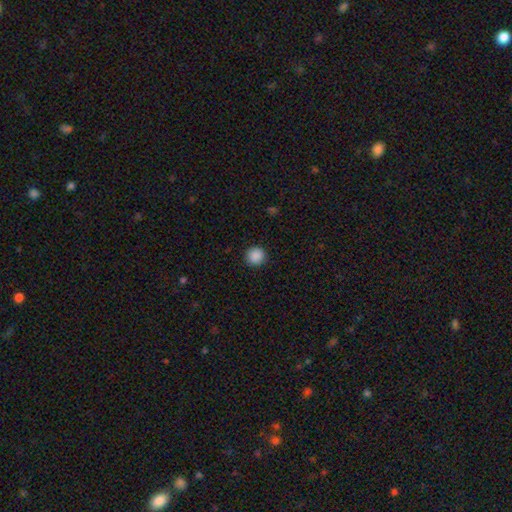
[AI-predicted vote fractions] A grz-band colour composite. It shows a smooth galaxy with no disk features (89%) that is round (94%). Merging: none (92%).